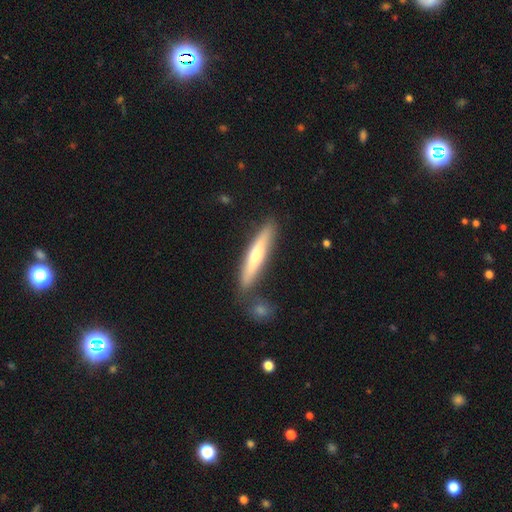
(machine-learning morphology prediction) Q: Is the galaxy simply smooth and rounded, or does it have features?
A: smooth — 48%.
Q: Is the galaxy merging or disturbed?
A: none — 79%.